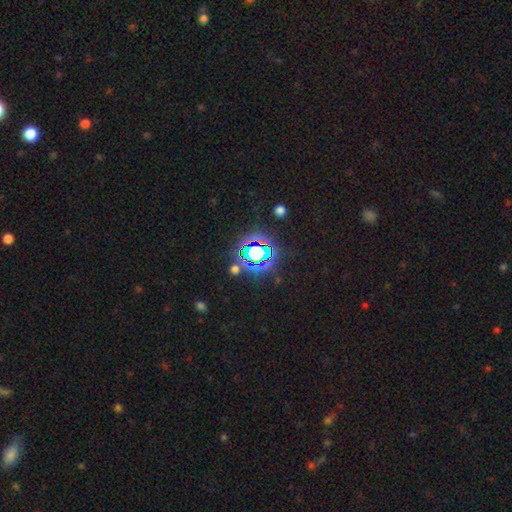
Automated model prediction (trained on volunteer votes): smooth_or_featured: star or artifact (p=0.82) [alt: smooth p=0.12]